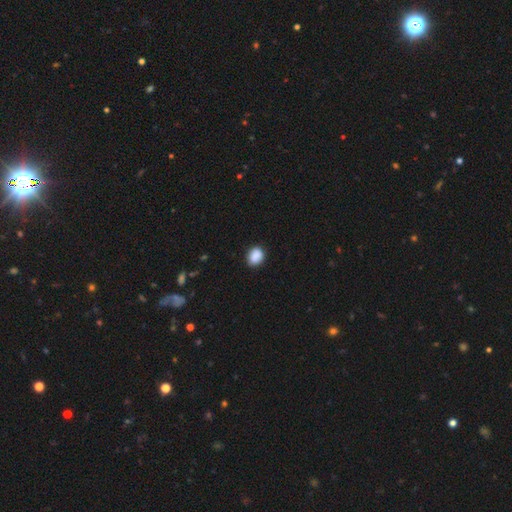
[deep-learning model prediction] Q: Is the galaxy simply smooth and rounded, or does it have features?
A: smooth — 89%.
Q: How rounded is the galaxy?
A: in between — 53%.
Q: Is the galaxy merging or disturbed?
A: none — 84%.